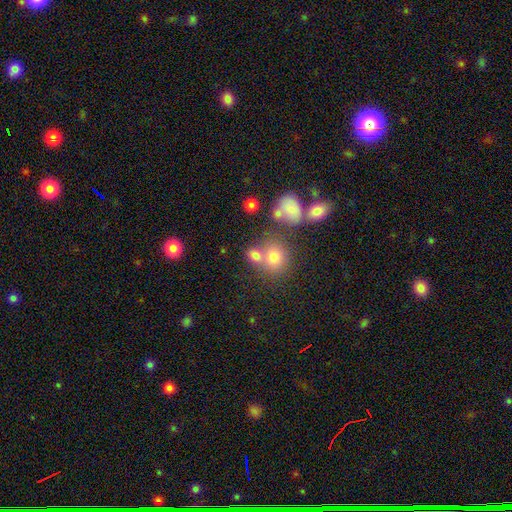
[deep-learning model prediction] Morphology: type=smooth (71%); roundness=round (63%); merging=none (46%).